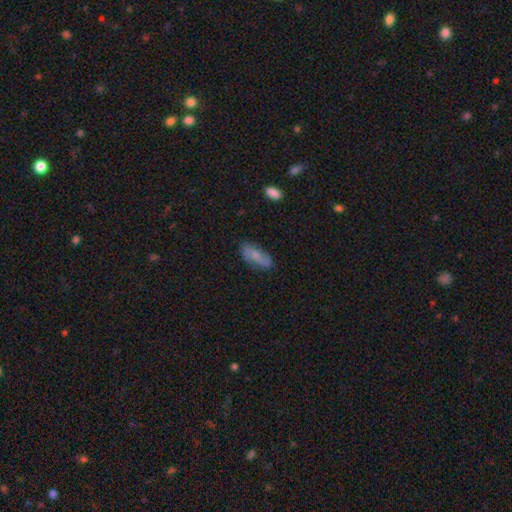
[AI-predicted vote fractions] Smooth or featured: smooth — 50% (featured or disk — 41%)
How rounded: in between — 80% (cigar-shaped — 17%)
Merging: none — 74% (minor disturbance — 19%)